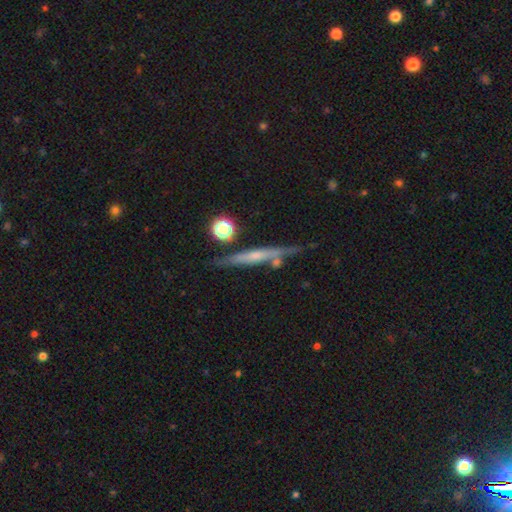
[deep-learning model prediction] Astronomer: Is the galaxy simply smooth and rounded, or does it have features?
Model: featured or disk — 60%.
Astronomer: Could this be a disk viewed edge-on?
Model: yes — 94%.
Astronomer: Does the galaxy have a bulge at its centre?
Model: none — 46% (runner-up: rounded, 44%).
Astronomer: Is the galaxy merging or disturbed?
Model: none — 76%.